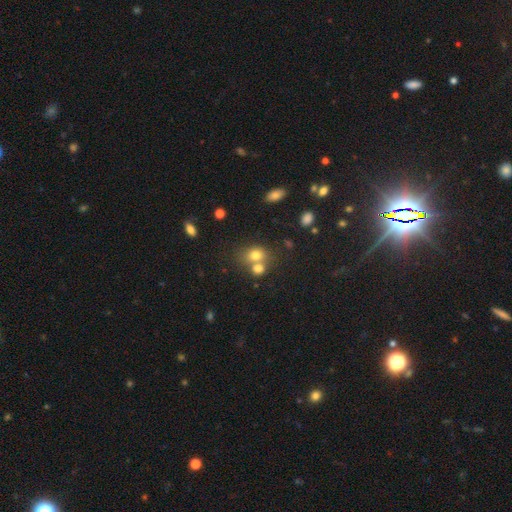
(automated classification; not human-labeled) Smooth or featured?
  - smooth: 75% *
  - star or artifact: 13%
  - featured or disk: 12%
How rounded?
  - round: 57% *
  - in between: 42%
  - cigar-shaped: 1%
Merging?
  - merger: 47% *
  - none: 40%
  - minor disturbance: 9%
  - major disturbance: 4%